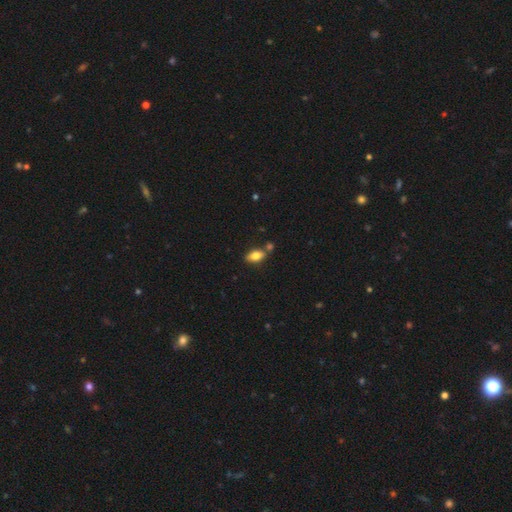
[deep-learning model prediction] Q: Smooth or featured?
A: smooth (78%); runner-up: featured or disk (14%)
Q: How rounded?
A: in between (88%); runner-up: cigar-shaped (7%)
Q: Merging?
A: none (71%); runner-up: merger (14%)